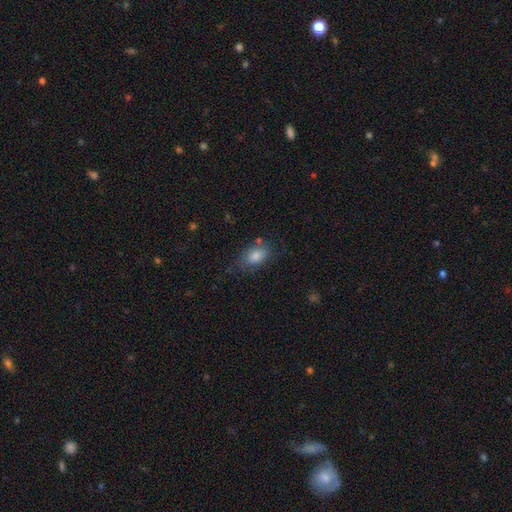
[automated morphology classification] type=smooth (79%); roundness=in between (86%); merging=none (66%).